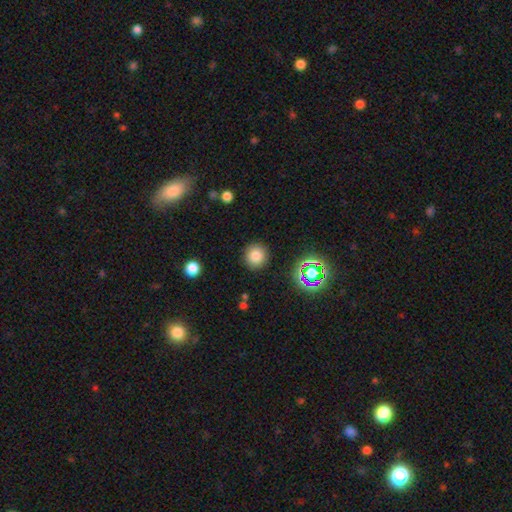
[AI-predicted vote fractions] Morphology: type=smooth (80%); roundness=round (92%); merging=none (90%).